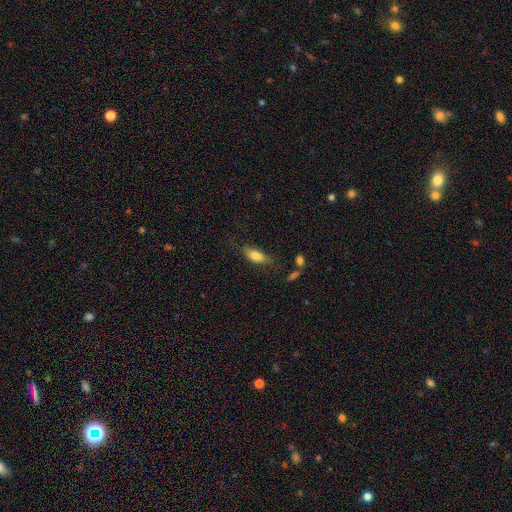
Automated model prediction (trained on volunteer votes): Smooth or featured: smooth — 77% (featured or disk — 15%)
How rounded: in between — 78% (cigar-shaped — 18%)
Merging: none — 61% (minor disturbance — 25%)